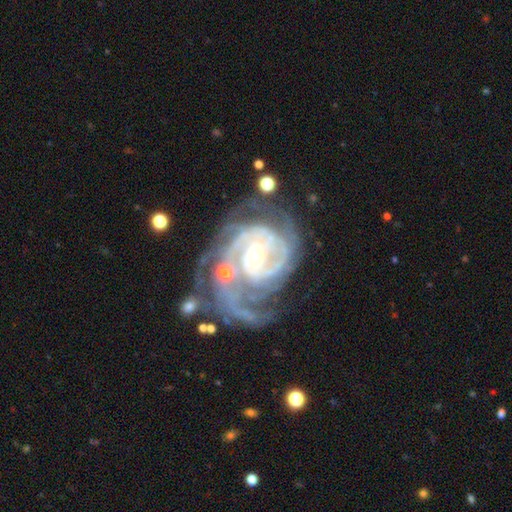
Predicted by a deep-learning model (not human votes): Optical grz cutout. It shows a featured or disk galaxy (91%) with no bar (48%), 2 (29%) tight (62%) spiral arms (98%) and a small central bulge (69%). Merging: none (44%).